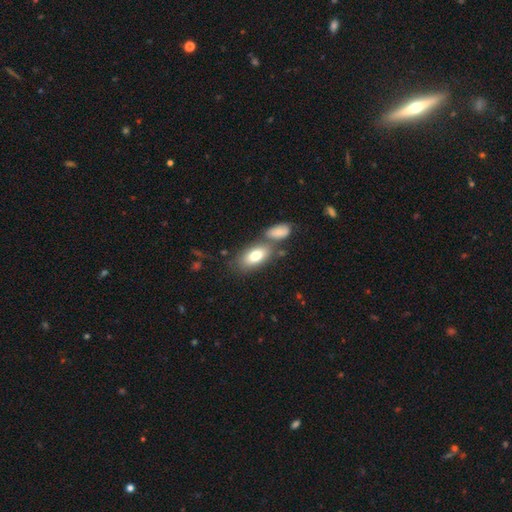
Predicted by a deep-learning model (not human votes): A smooth galaxy with no disk features (77%) that is in between round and cigar-shaped (91%). Merging: none (56%).